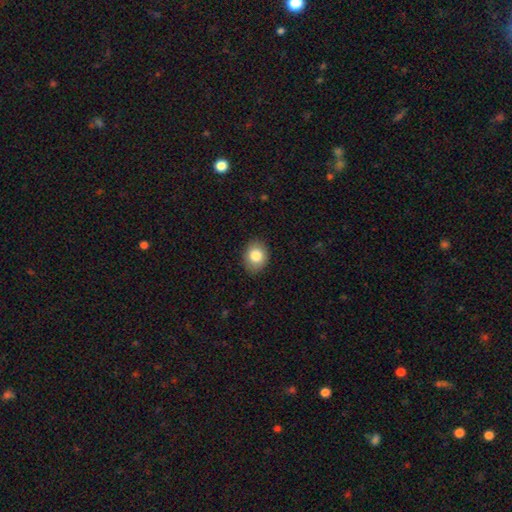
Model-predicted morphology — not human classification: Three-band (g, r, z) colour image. It shows a smooth galaxy with no disk features (83%) that is round (51%). Merging: none (87%).